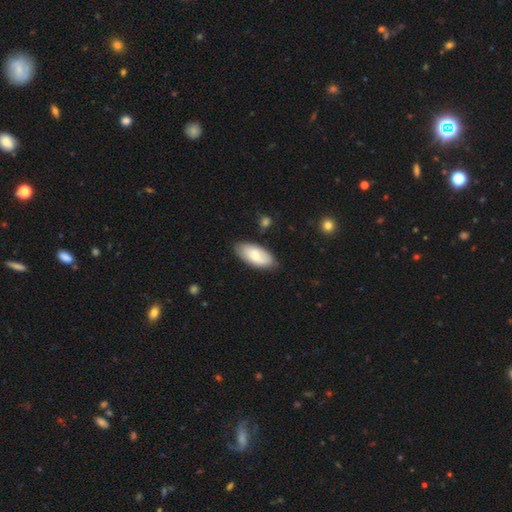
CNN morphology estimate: Smooth or featured? smooth (69%)
How rounded? in between (93%)
Merging? none (79%)